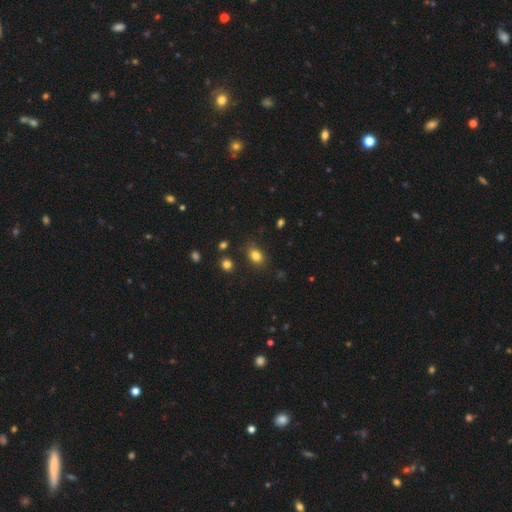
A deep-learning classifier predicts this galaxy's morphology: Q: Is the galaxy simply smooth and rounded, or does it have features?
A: smooth — 82%.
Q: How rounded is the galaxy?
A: in between — 69%.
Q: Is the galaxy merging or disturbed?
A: none — 80%.